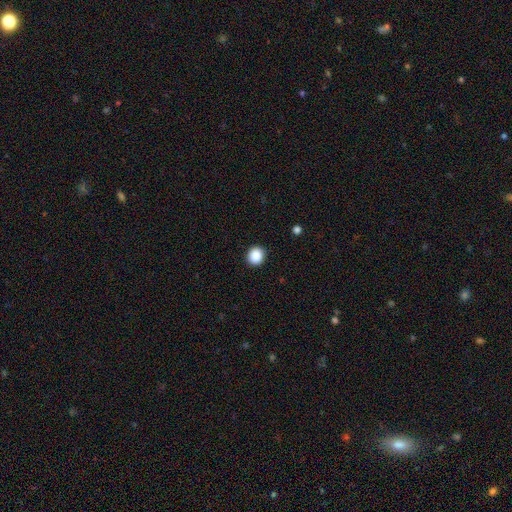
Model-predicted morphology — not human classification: This appears to be a smooth galaxy with no disk features (89%) that is round (87%). Merging: none (91%).